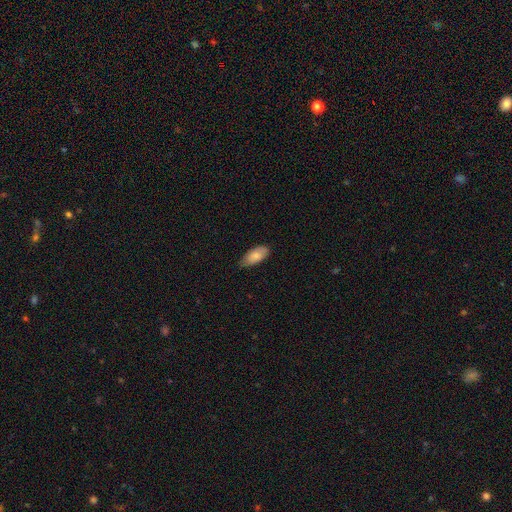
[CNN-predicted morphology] A smooth galaxy with no disk features (80%) that is in between round and cigar-shaped (91%). Merging: none (74%).